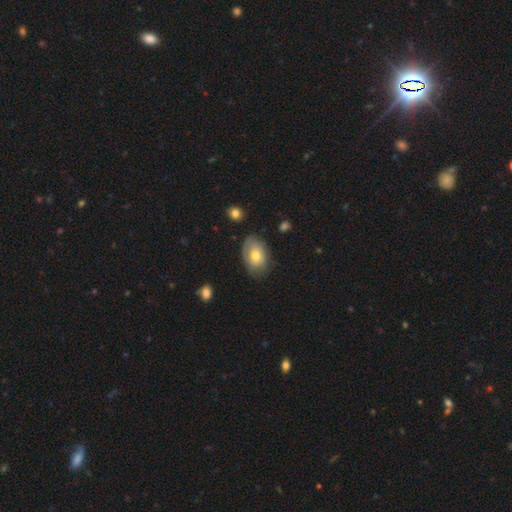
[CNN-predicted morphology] Smooth or featured? smooth (61%)
How rounded? in between (83%)
Merging? none (69%)